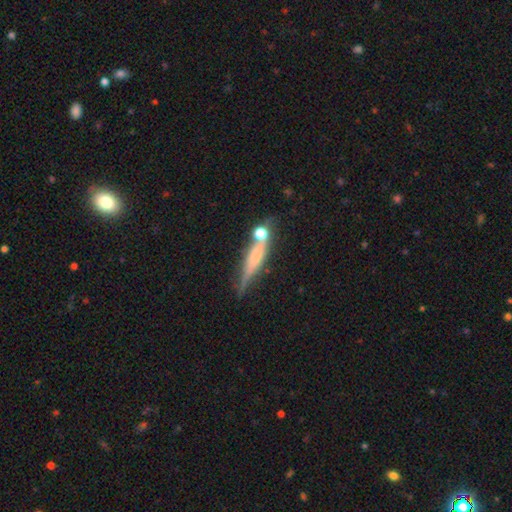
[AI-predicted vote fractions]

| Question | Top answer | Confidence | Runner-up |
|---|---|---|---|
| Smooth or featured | featured or disk | 45% | tied: smooth (45%) |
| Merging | none | 59% | minor disturbance (18%) |